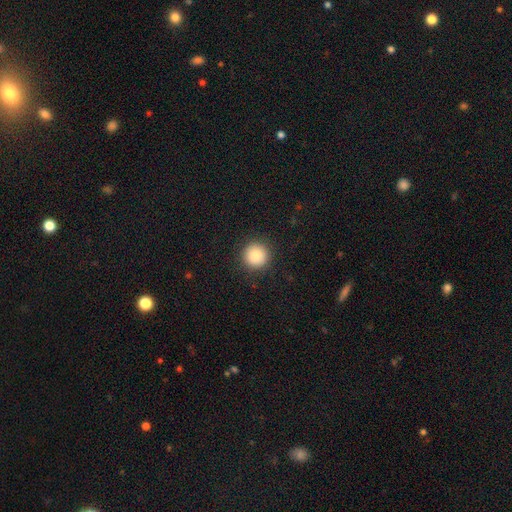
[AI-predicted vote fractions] smooth_or_featured: smooth (p=0.86) [alt: star or artifact p=0.09]
how_rounded: round (p=0.96) [alt: in between p=0.04]
merging: none (p=0.91) [alt: minor disturbance p=0.06]